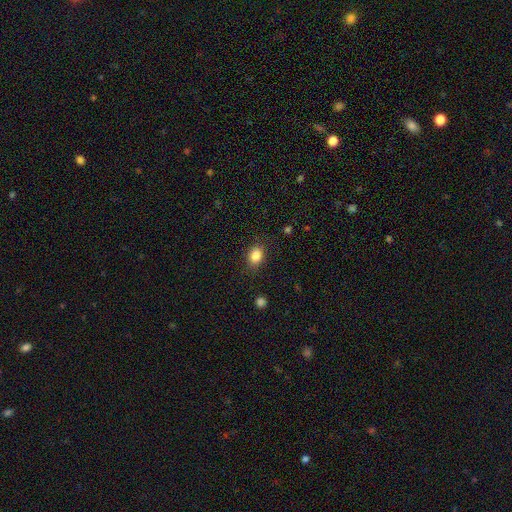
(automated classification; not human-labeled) smooth_or_featured: smooth (p=0.86) [alt: star or artifact p=0.10]
how_rounded: in between (p=0.65) [alt: round p=0.34]
merging: none (p=0.83) [alt: minor disturbance p=0.12]